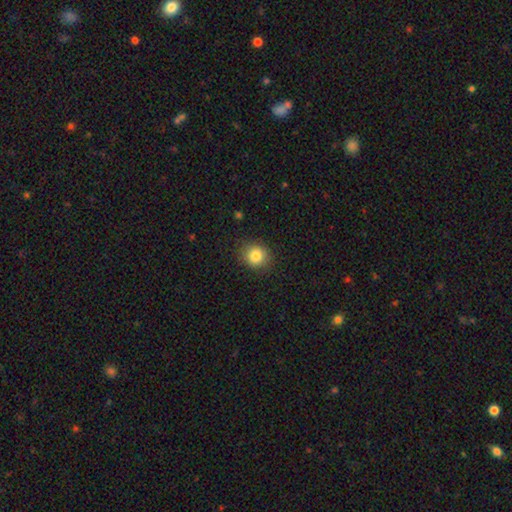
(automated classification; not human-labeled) Smooth or featured: smooth — 84% (star or artifact — 10%)
How rounded: round — 82% (in between — 17%)
Merging: none — 87% (minor disturbance — 9%)